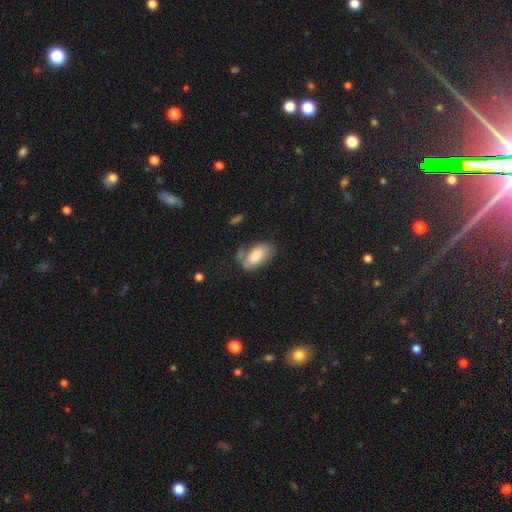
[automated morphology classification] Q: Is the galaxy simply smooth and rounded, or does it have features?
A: smooth — 82%.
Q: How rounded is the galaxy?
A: in between — 94%.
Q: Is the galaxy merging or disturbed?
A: none — 56%.